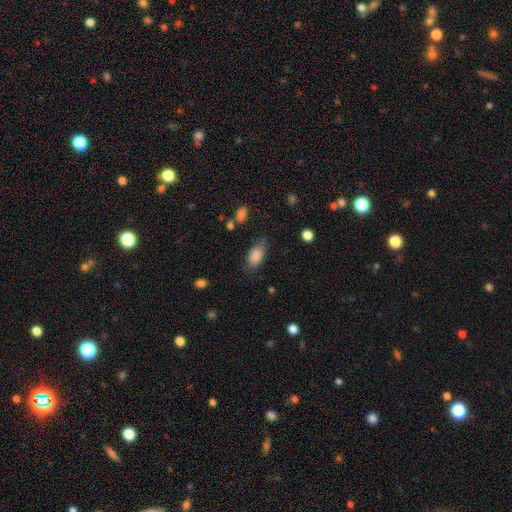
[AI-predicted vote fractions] smooth-or-featured: smooth: 85% | star or artifact: 8% | featured or disk: 7%
  how-rounded: in between: 90% | round: 5% | cigar-shaped: 5%
  merging: none: 66% | minor disturbance: 24% | major disturbance: 8% | merger: 2%